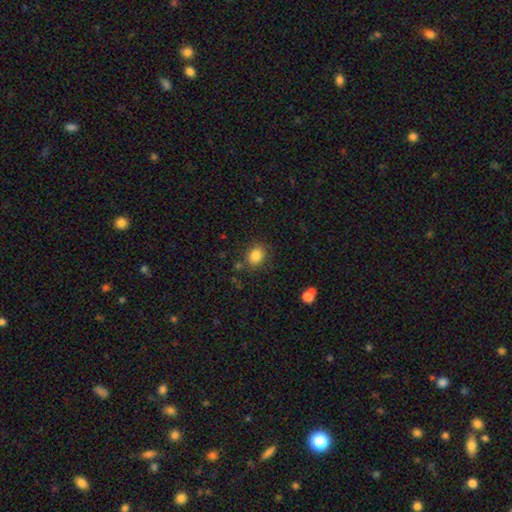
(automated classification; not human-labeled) Smooth or featured: smooth — 84% (star or artifact — 10%)
How rounded: round — 57% (in between — 43%)
Merging: none — 81% (minor disturbance — 11%)